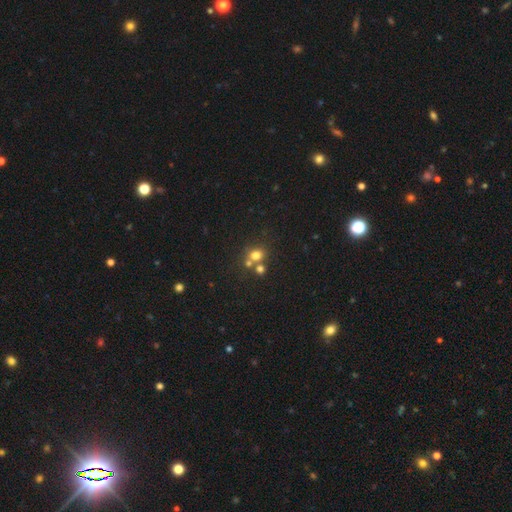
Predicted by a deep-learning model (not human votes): Smooth or featured: smooth — 71% (star or artifact — 17%)
How rounded: round — 77% (in between — 22%)
Merging: none — 53% (merger — 35%)